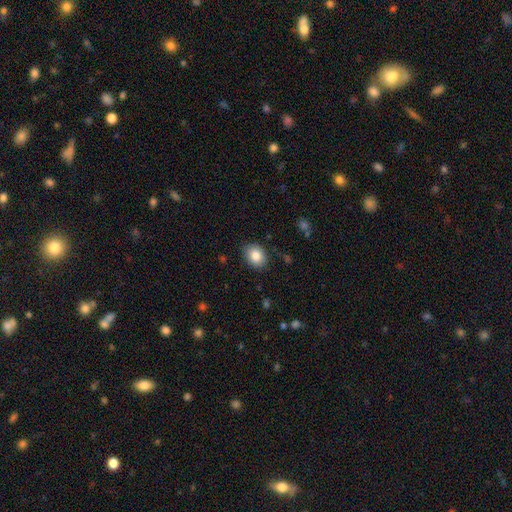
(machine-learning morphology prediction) Smooth or featured: smooth — 84% (star or artifact — 8%)
How rounded: in between — 59% (round — 40%)
Merging: none — 85% (minor disturbance — 12%)